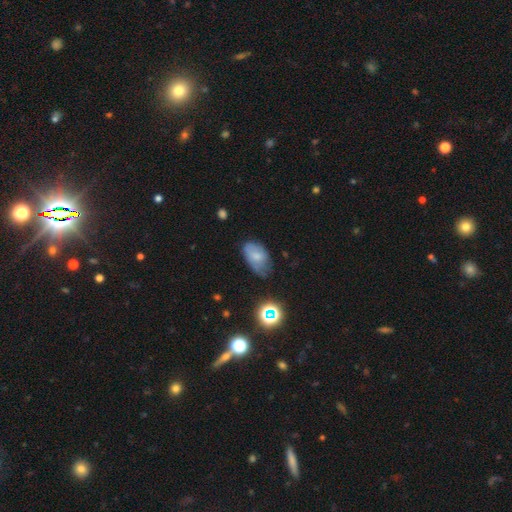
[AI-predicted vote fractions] A smooth galaxy with no disk features (68%) that is in between round and cigar-shaped (91%).

Vote fractions:
- Smooth or featured? smooth: 68% / featured or disk: 21% / star or artifact: 11%
- How rounded? in between: 91% / round: 8% / cigar-shaped: 1%
- Merging? none: 50% / minor disturbance: 36% / major disturbance: 11% / merger: 2%